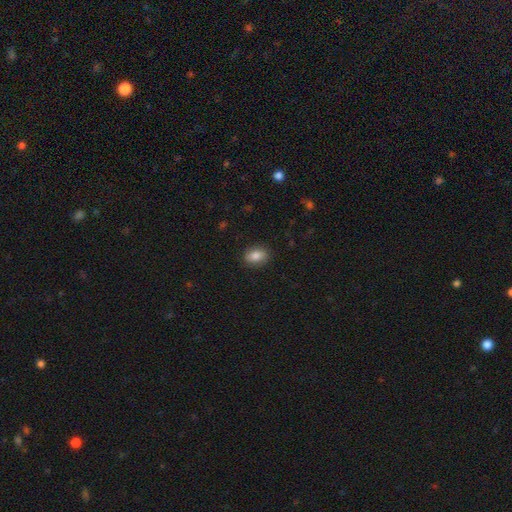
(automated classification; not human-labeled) Smooth or featured? smooth (83%)
How rounded? in between (75%)
Merging? none (87%)